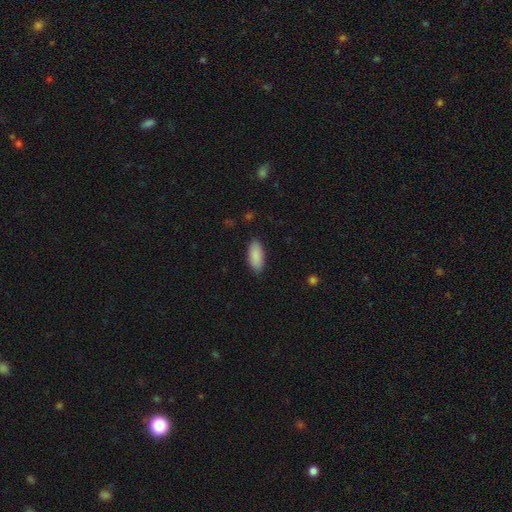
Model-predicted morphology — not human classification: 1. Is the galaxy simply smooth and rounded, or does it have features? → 90% smooth, 6% star or artifact, 5% featured or disk.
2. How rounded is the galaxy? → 88% in between, 10% cigar-shaped, 2% round.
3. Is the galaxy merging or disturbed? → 86% none, 11% minor disturbance, 2% major disturbance, 1% merger.